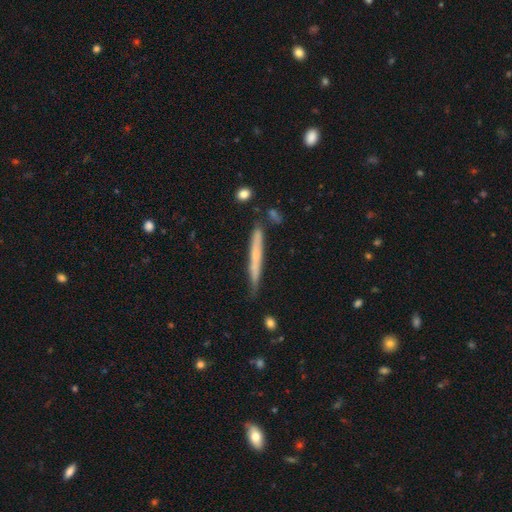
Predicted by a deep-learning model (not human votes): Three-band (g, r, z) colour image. It shows a smooth galaxy with no disk features (50%) that is cigar-shaped (96%). Merging: none (81%).